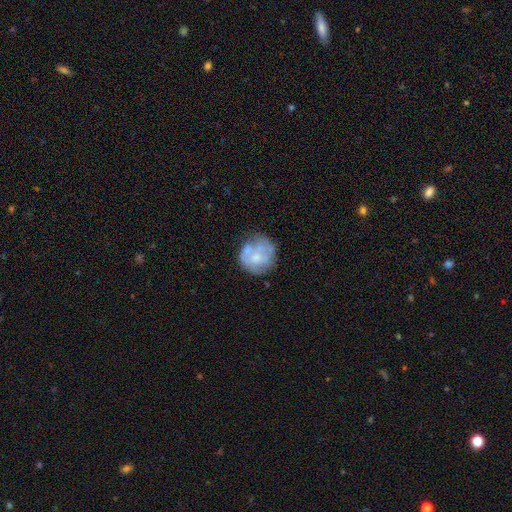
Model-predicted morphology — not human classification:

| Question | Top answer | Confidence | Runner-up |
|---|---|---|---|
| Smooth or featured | featured or disk | 50% | smooth (42%) |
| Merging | none | 55% | minor disturbance (22%) |